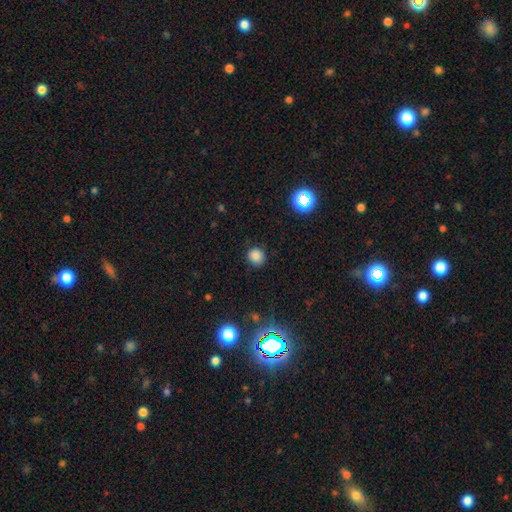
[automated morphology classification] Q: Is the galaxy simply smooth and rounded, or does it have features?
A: smooth — 82%.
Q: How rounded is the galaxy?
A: round — 88%.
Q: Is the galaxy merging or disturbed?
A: none — 84%.